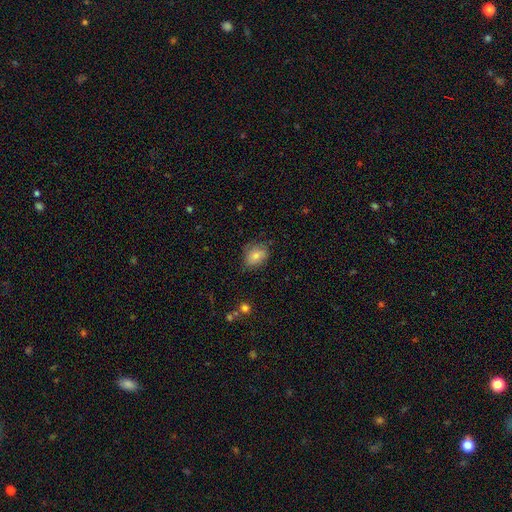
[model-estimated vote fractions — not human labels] smooth 75%, featured or disk 16%, star or artifact 9%. Down the decision tree: how rounded — in between (59%); merging — none (68%).